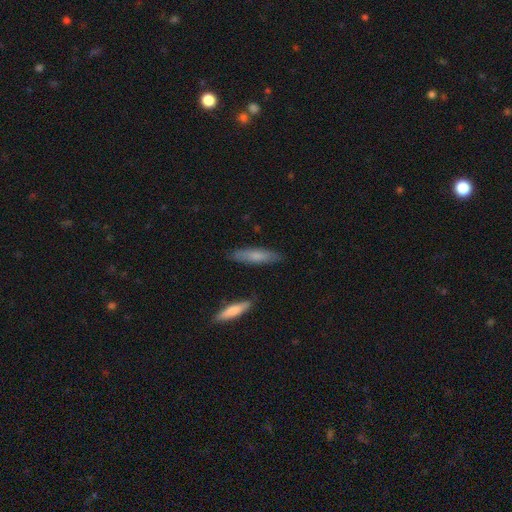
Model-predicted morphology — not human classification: A smooth galaxy with no disk features (71%) that is cigar-shaped (75%). Merging: none (85%).